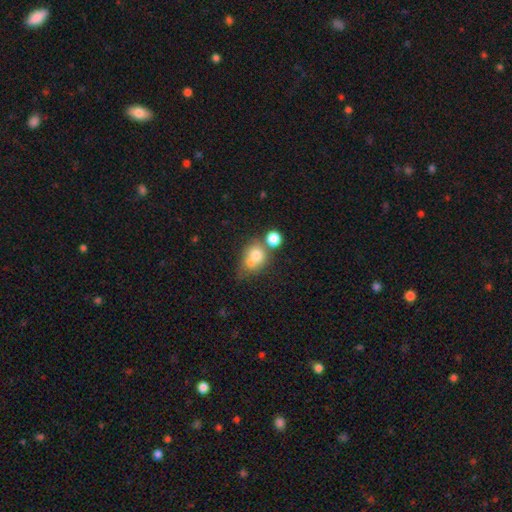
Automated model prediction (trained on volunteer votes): Morphology: type=smooth (71%); roundness=round (61%); merging=merger (50%).